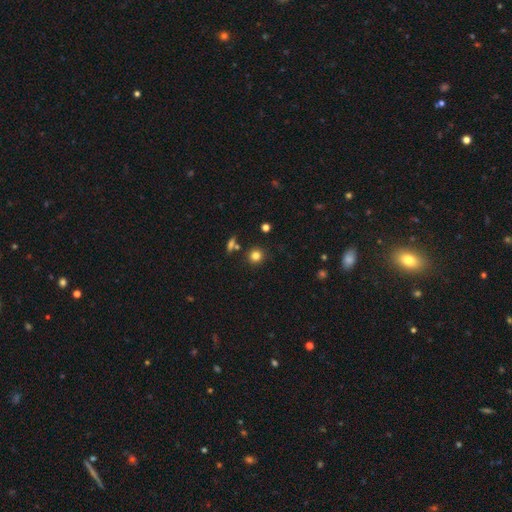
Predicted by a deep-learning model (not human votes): Morphology: type=smooth (81%); roundness=round (91%); merging=none (84%).